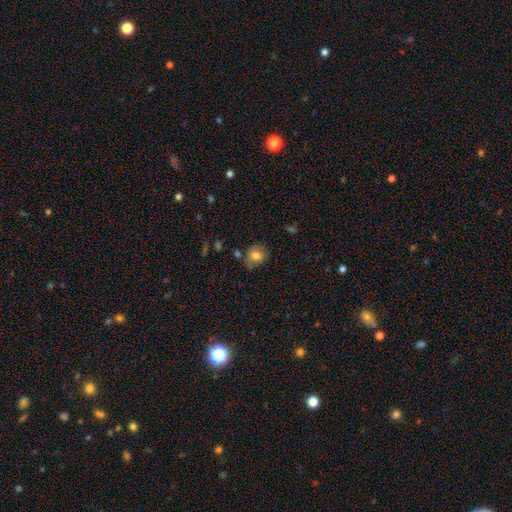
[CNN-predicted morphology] Q: Smooth or featured?
A: smooth (77%); runner-up: featured or disk (13%)
Q: How rounded?
A: round (75%); runner-up: in between (24%)
Q: Merging?
A: none (67%); runner-up: minor disturbance (23%)